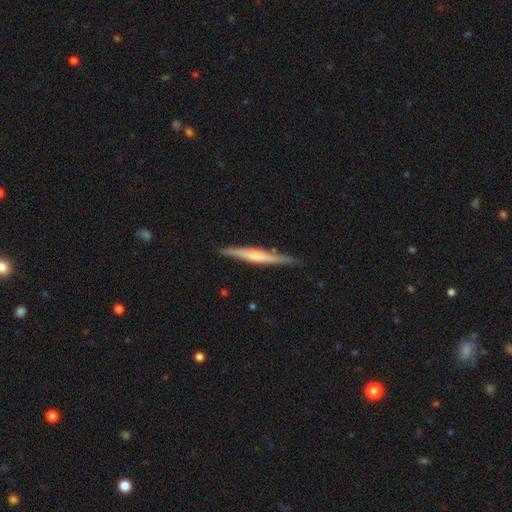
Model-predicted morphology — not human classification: type=featured or disk (66%); edge-on=yes (97%); edge-on bulge=rounded (63%); merging=none (85%).